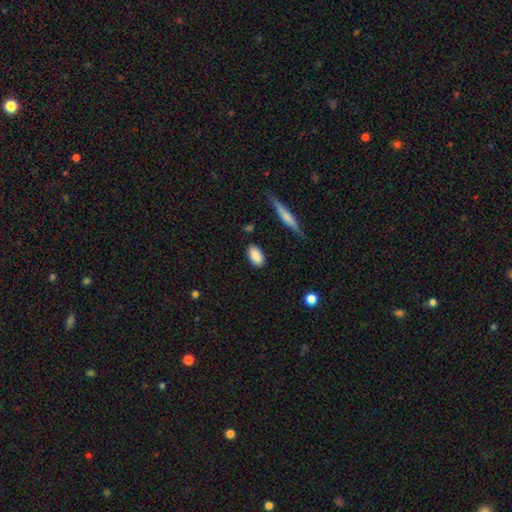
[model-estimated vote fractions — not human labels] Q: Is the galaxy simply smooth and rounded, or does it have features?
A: smooth — 88%.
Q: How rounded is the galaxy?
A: in between — 91%.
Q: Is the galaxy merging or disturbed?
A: none — 84%.